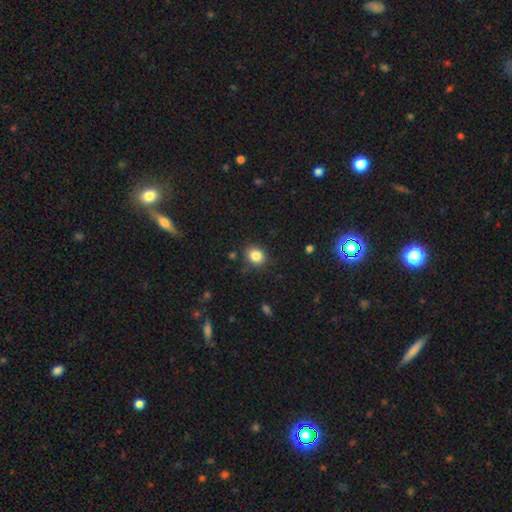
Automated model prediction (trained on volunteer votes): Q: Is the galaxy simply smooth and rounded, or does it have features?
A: smooth — 85%.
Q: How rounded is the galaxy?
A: round — 60%.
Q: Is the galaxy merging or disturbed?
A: none — 85%.